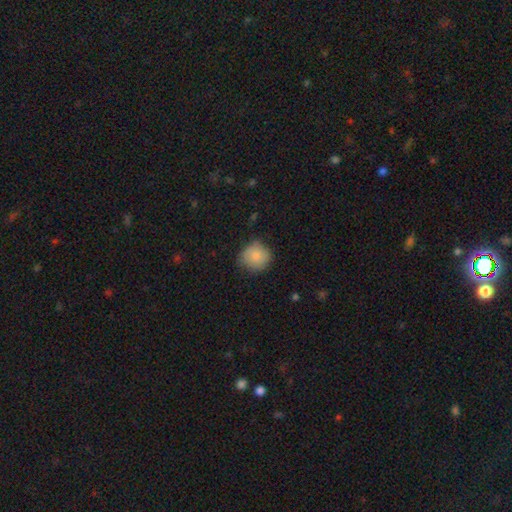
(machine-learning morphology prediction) This is clearly a smooth galaxy (84%). How rounded: clearly round (87%). Merging: likely none (72%).